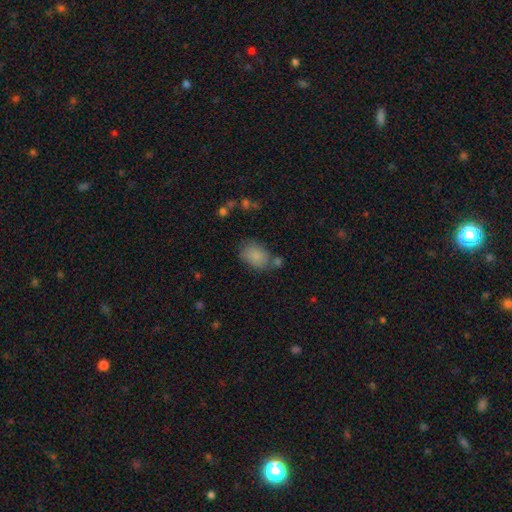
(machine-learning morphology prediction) This appears to be a smooth galaxy with no disk features (84%) that is in between round and cigar-shaped (79%). Merging: none (62%).